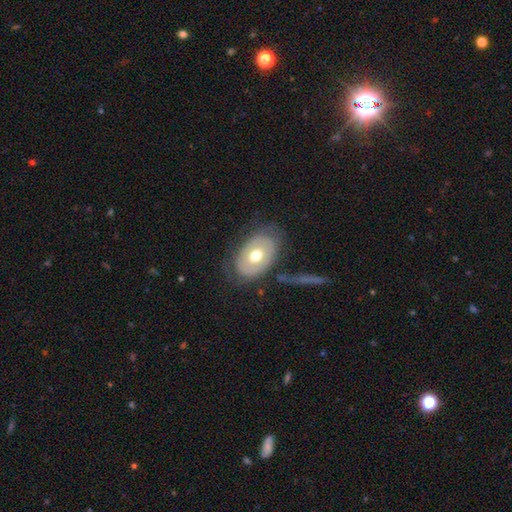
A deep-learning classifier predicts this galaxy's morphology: smooth_or_featured: smooth (p=0.48) [alt: featured or disk p=0.46]
merging: none (p=0.71) [alt: minor disturbance p=0.16]